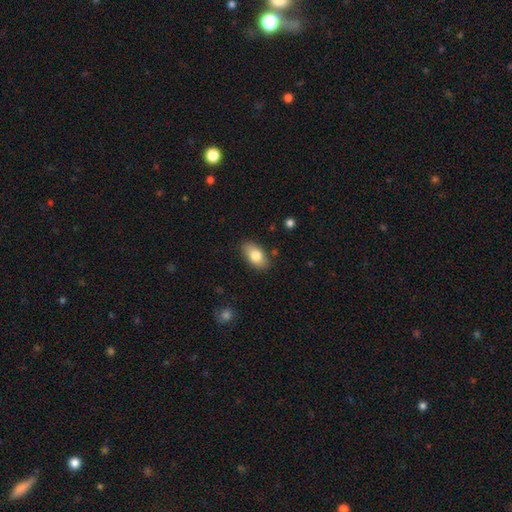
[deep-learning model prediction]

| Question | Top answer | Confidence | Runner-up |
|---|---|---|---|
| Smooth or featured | smooth | 79% | featured or disk (14%) |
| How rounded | in between | 92% | round (5%) |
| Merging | none | 85% | minor disturbance (11%) |